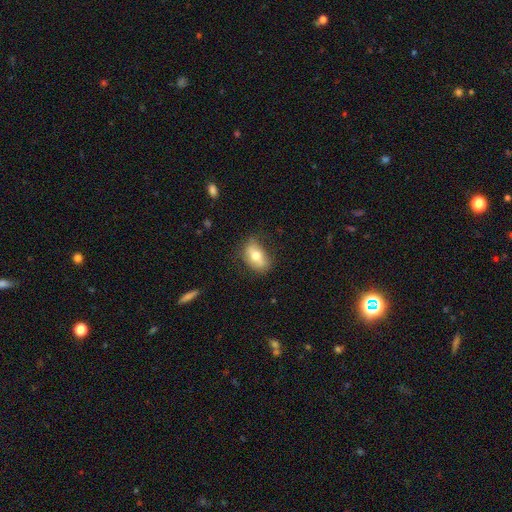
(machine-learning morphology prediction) Smooth or featured? smooth (64%)
How rounded? in between (87%)
Merging? none (69%)